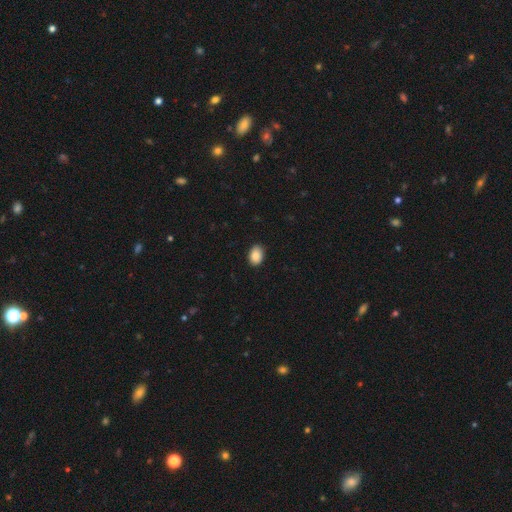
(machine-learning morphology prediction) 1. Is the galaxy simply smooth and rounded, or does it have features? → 88% smooth, 8% star or artifact, 4% featured or disk.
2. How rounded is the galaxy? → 80% in between, 19% round, 1% cigar-shaped.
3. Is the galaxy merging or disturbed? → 88% none, 9% minor disturbance, 2% major disturbance, 1% merger.